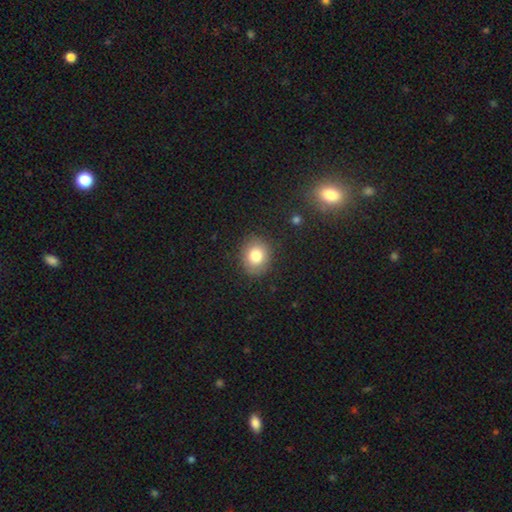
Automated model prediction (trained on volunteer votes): A smooth galaxy with no disk features (80%) that is round (71%). Merging: none (87%).